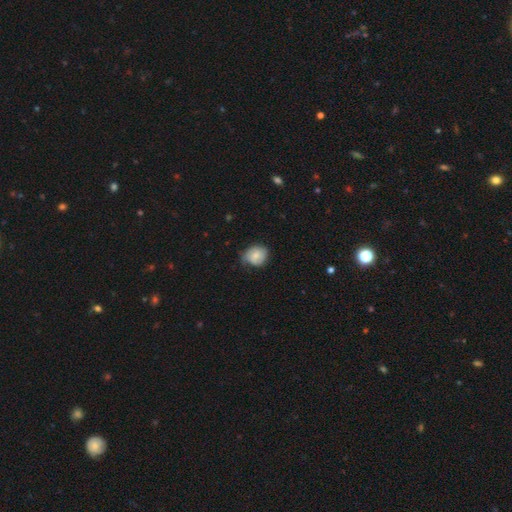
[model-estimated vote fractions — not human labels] Smooth or featured? Predicted: smooth (p=0.72). How rounded? Predicted: round (p=0.61). Merging? Predicted: none (p=0.57).